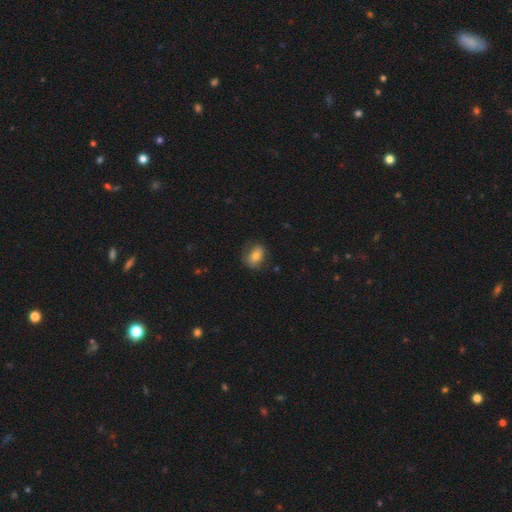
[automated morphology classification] Smooth or featured? Predicted: smooth (p=0.72). How rounded? Predicted: in between (p=0.70). Merging? Predicted: none (p=0.72).